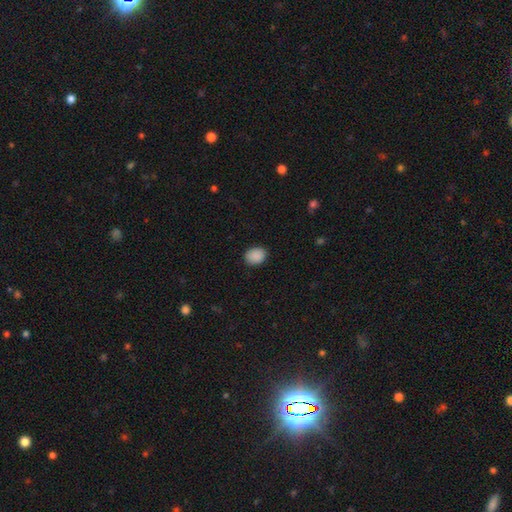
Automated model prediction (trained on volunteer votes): The model was most divided on "how rounded": in between: 56%, round: 43%, cigar-shaped: 1%. More confident: smooth or featured — smooth (90%); merging — none (87%).